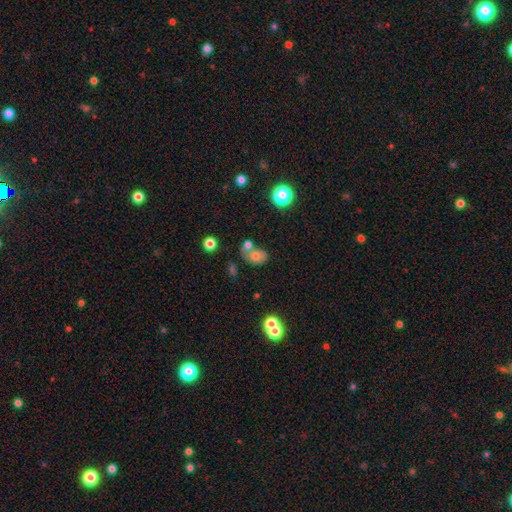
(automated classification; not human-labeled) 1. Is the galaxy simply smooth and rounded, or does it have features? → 68% smooth, 19% featured or disk, 13% star or artifact.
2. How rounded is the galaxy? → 72% in between, 26% round, 1% cigar-shaped.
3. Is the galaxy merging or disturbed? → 41% none, 36% merger, 16% minor disturbance, 8% major disturbance.